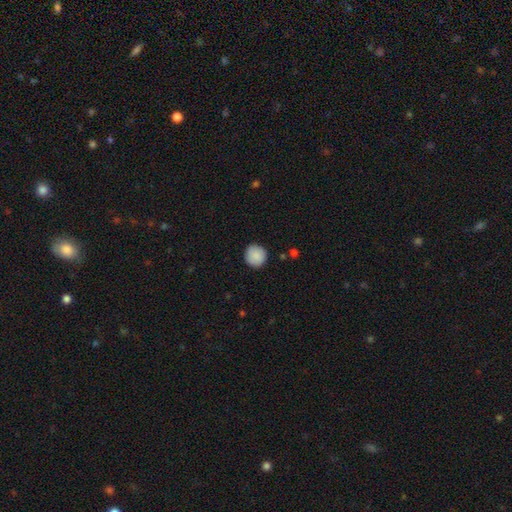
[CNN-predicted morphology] Smooth or featured?
  - smooth: 89% *
  - star or artifact: 7%
  - featured or disk: 5%
How rounded?
  - round: 95% *
  - in between: 4%
  - cigar-shaped: 1%
Merging?
  - none: 90% *
  - minor disturbance: 7%
  - major disturbance: 2%
  - merger: 1%